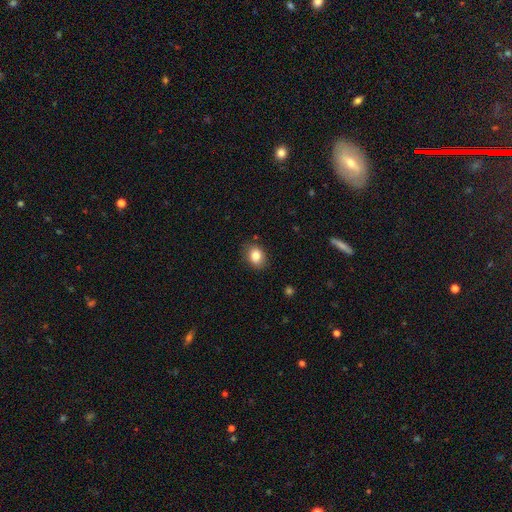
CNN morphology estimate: Overall: smooth (83%). How rounded: in between (59%; round 40%). Merging: none (84%).